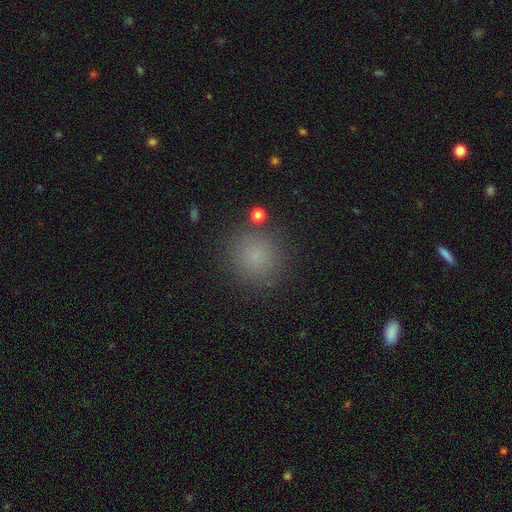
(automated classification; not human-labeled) smooth 79%, star or artifact 16%, featured or disk 5%. Down the decision tree: how rounded — round (92%); merging — none (87%).